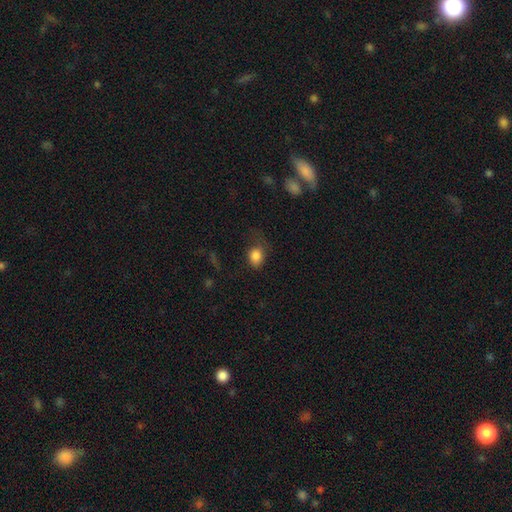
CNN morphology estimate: smooth-or-featured: smooth: 84% | star or artifact: 10% | featured or disk: 6%
  how-rounded: in between: 54% | round: 45% | cigar-shaped: 1%
  merging: none: 54% | minor disturbance: 25% | major disturbance: 18% | merger: 2%